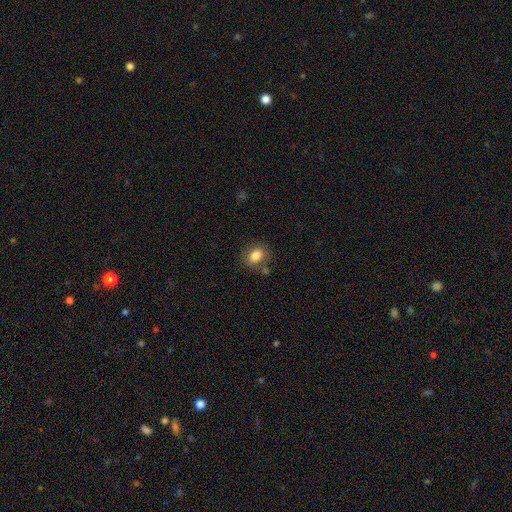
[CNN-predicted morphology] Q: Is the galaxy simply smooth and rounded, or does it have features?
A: smooth — 83%.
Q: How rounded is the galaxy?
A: in between — 57%.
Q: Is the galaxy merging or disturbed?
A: none — 76%.